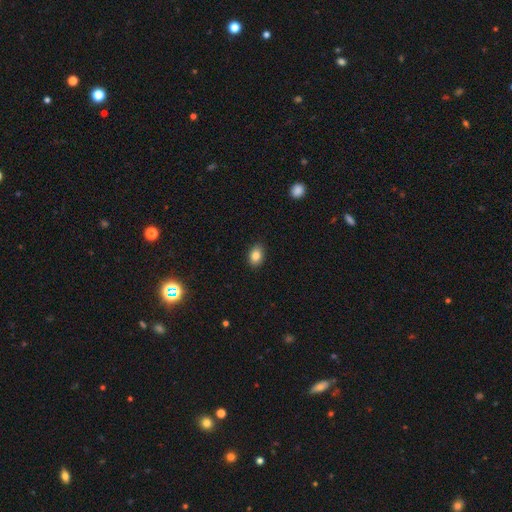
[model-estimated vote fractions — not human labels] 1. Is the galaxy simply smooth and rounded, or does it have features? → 84% smooth, 9% star or artifact, 7% featured or disk.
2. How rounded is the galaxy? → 79% in between, 20% round, 1% cigar-shaped.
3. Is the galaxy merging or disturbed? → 89% none, 8% minor disturbance, 2% major disturbance, 1% merger.